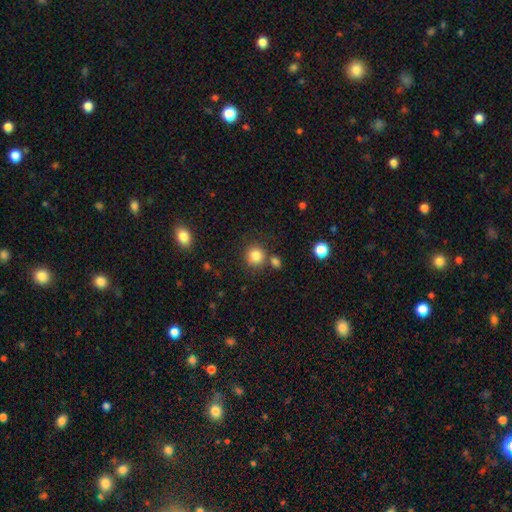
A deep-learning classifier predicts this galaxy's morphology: smooth 84%, star or artifact 11%, featured or disk 5%. Down the decision tree: how rounded — round (88%); merging — none (74%).